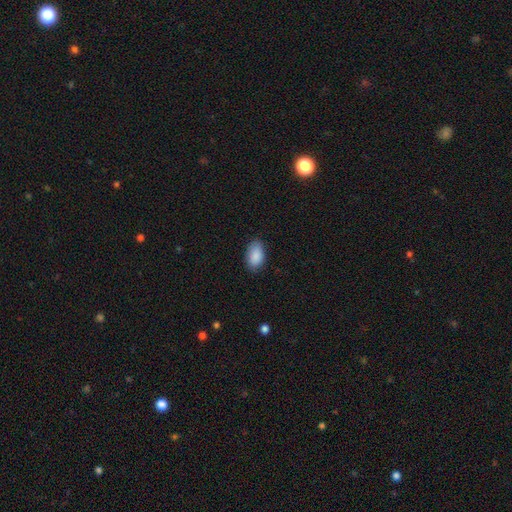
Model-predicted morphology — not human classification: Overall: smooth (89%). How rounded: in between (93%). Merging: none (80%).